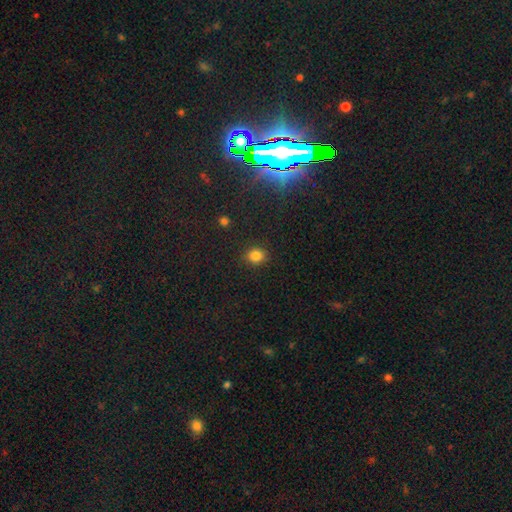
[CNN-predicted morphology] smooth-or-featured: smooth: 82% | star or artifact: 13% | featured or disk: 5%
  how-rounded: round: 73% | in between: 26% | cigar-shaped: 1%
  merging: none: 87% | minor disturbance: 9% | major disturbance: 3% | merger: 1%